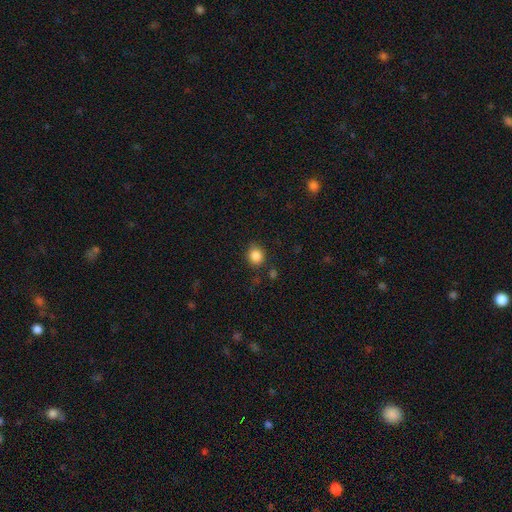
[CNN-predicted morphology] This appears to be a smooth galaxy with no disk features (86%) that is round (81%). Merging: none (82%).